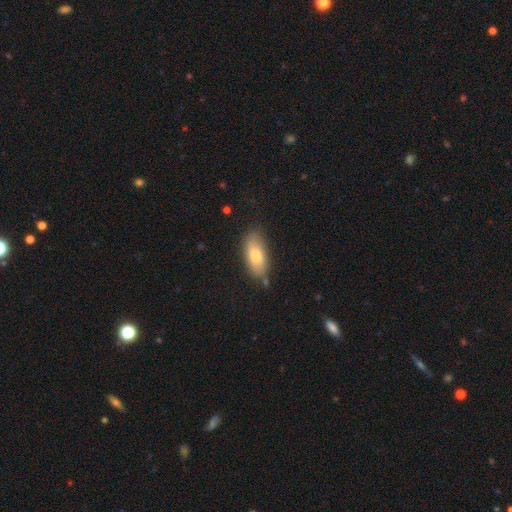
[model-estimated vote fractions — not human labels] Smooth or featured? smooth (79%)
How rounded? in between (85%)
Merging? none (73%)